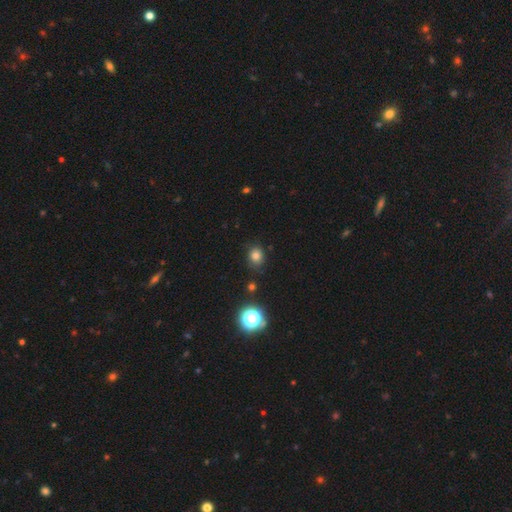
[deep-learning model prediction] smooth 78%, star or artifact 16%, featured or disk 6%. Down the decision tree: how rounded — round (63%); merging — none (79%).